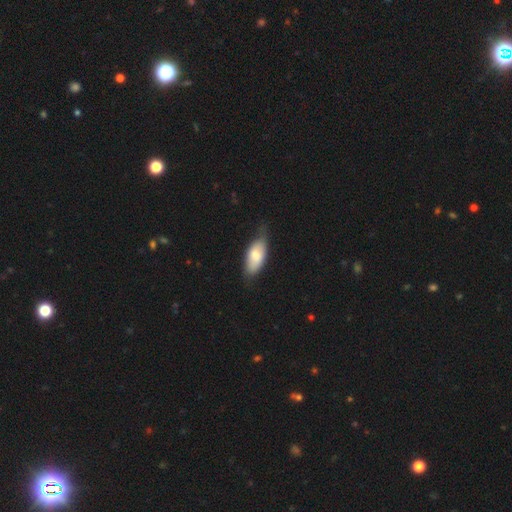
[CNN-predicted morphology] Smooth or featured?
  - smooth: 76% *
  - featured or disk: 18%
  - star or artifact: 6%
How rounded?
  - in between: 87% *
  - cigar-shaped: 11%
  - round: 2%
Merging?
  - none: 56% *
  - minor disturbance: 35%
  - major disturbance: 7%
  - merger: 2%